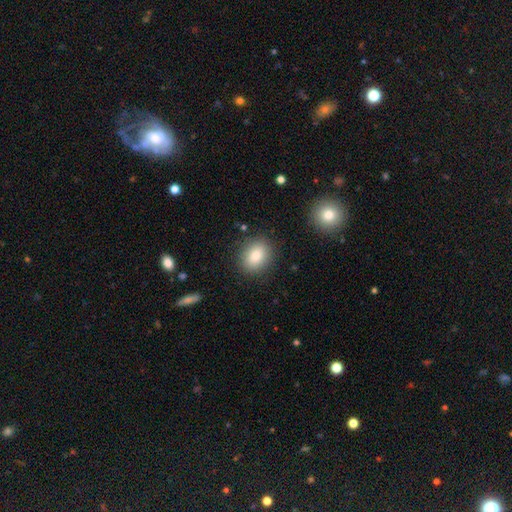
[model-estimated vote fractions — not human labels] smooth-or-featured: smooth: 85% | star or artifact: 8% | featured or disk: 6%
  how-rounded: in between: 59% | round: 40% | cigar-shaped: 1%
  merging: none: 86% | minor disturbance: 9% | major disturbance: 3% | merger: 1%